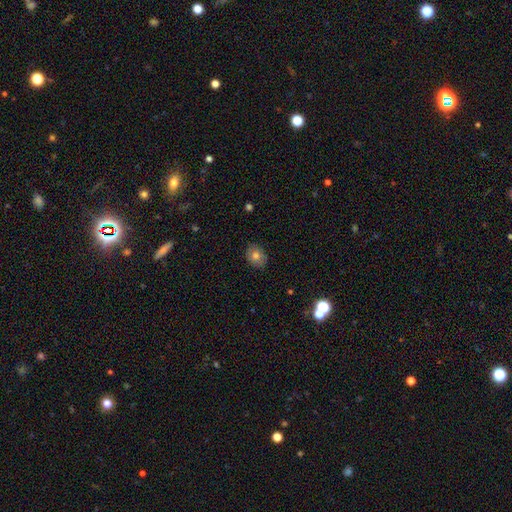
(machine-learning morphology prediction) The model was most divided on "how rounded": round: 50%, in between: 49%, cigar-shaped: 1%. More confident: merging — none (86%); smooth or featured — smooth (77%).